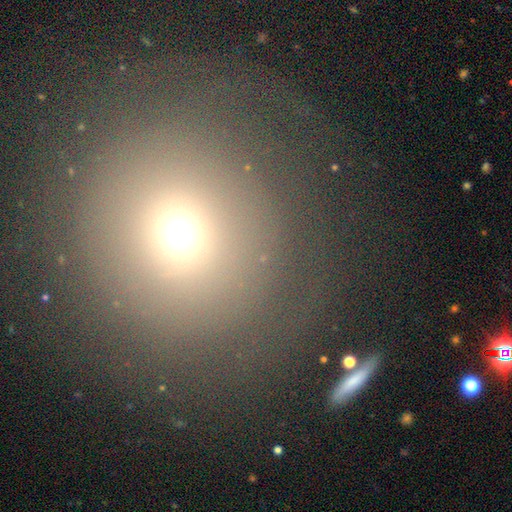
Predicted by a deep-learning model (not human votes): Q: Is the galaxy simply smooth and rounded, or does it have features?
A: smooth — 63%.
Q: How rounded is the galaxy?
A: round — 91%.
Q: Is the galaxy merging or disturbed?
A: none — 71%.